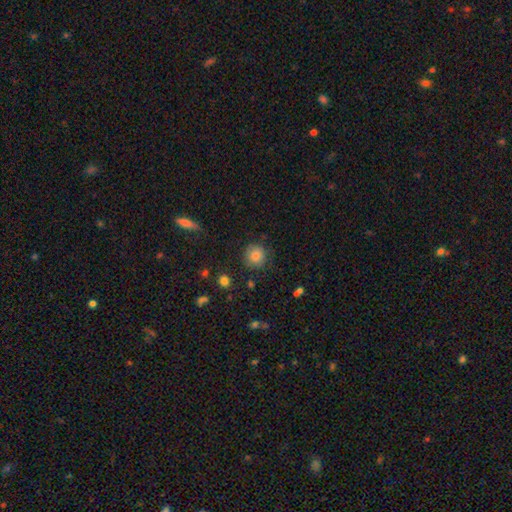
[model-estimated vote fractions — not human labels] Q: Smooth or featured?
A: smooth (81%); runner-up: star or artifact (10%)
Q: How rounded?
A: round (92%); runner-up: in between (7%)
Q: Merging?
A: none (83%); runner-up: minor disturbance (11%)